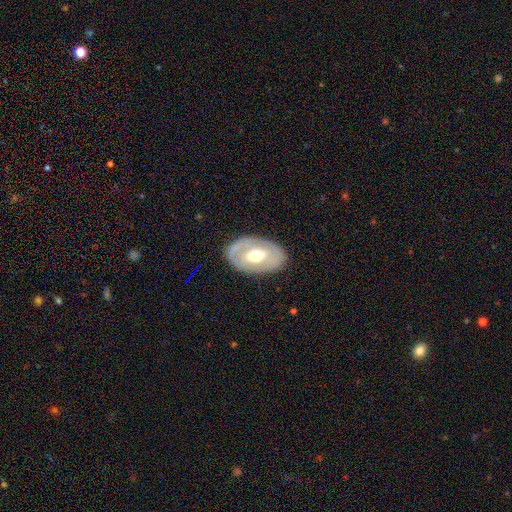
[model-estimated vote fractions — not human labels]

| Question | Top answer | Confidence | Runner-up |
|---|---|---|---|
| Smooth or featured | featured or disk | 60% | smooth (35%) |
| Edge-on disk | no | 90% | yes (10%) |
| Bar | no | 47% | weak (34%) |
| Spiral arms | no | 69% | yes (31%) |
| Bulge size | moderate | 71% | small (14%) |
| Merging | none | 82% | minor disturbance (12%) |